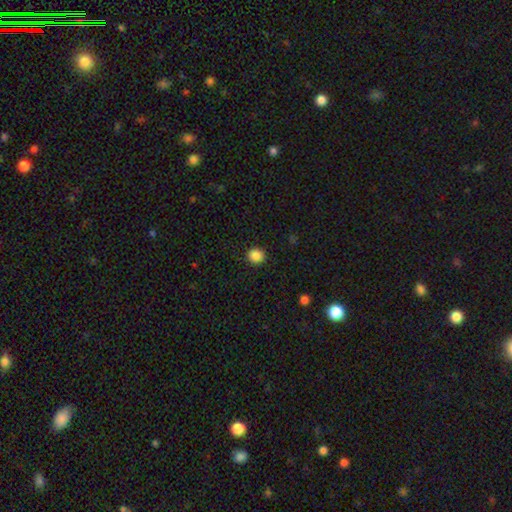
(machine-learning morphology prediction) Smooth or featured?
  - smooth: 87% *
  - star or artifact: 10%
  - featured or disk: 3%
How rounded?
  - round: 87% *
  - in between: 12%
  - cigar-shaped: 1%
Merging?
  - none: 92% *
  - minor disturbance: 5%
  - major disturbance: 2%
  - merger: 1%